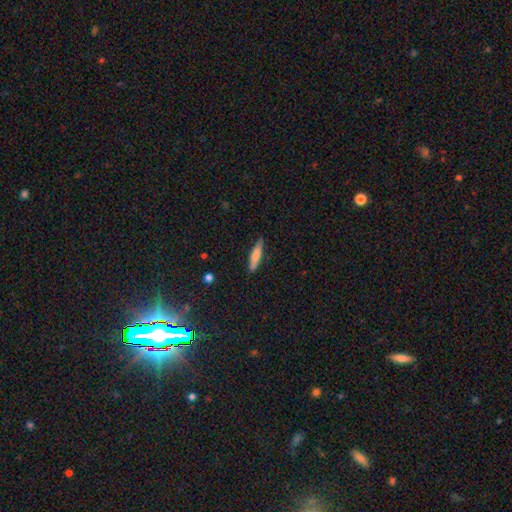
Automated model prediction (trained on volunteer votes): smooth_or_featured: smooth (p=0.69) [alt: featured or disk p=0.25]
how_rounded: cigar-shaped (p=0.84) [alt: in between p=0.14]
merging: none (p=0.87) [alt: minor disturbance p=0.10]